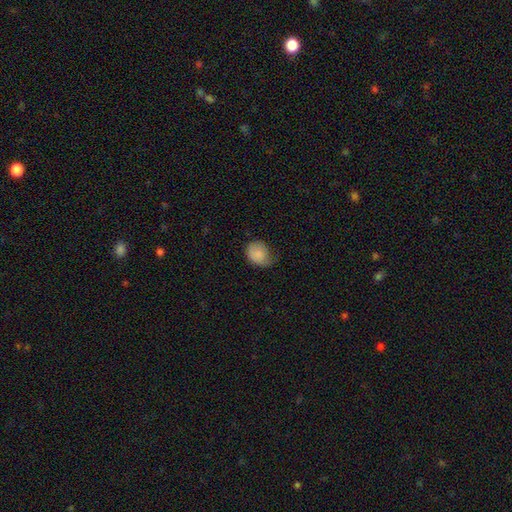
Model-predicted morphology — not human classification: Smooth or featured?
  - smooth: 84% *
  - featured or disk: 9%
  - star or artifact: 8%
How rounded?
  - in between: 52% *
  - round: 47%
  - cigar-shaped: 1%
Merging?
  - none: 45% *
  - minor disturbance: 41%
  - major disturbance: 12%
  - merger: 1%